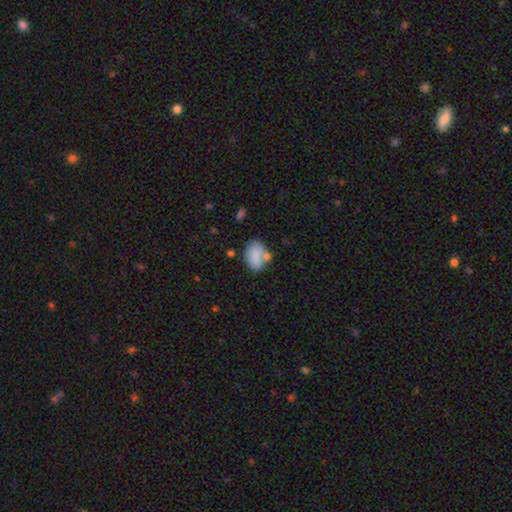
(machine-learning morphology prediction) Smooth or featured? smooth (78%)
How rounded? in between (72%)
Merging? none (56%)